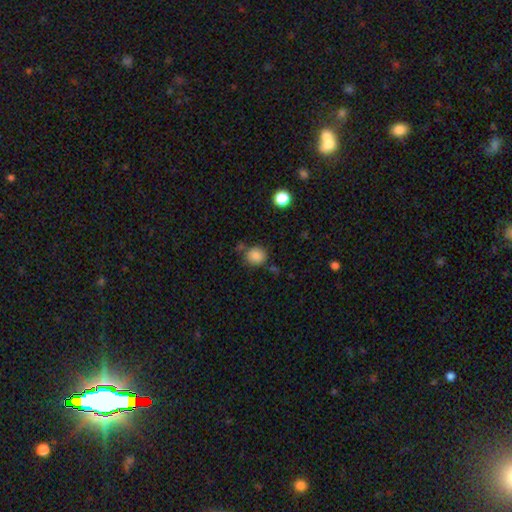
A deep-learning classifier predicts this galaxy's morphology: smooth 85%, star or artifact 10%, featured or disk 5%. Down the decision tree: how rounded — round (84%); merging — none (73%).